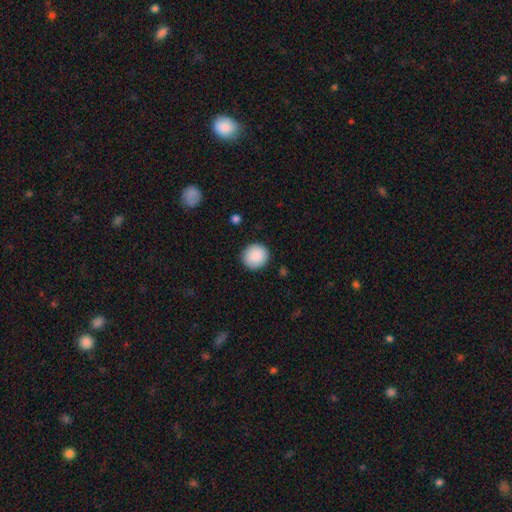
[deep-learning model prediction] Smooth or featured? smooth (90%)
How rounded? round (92%)
Merging? none (90%)